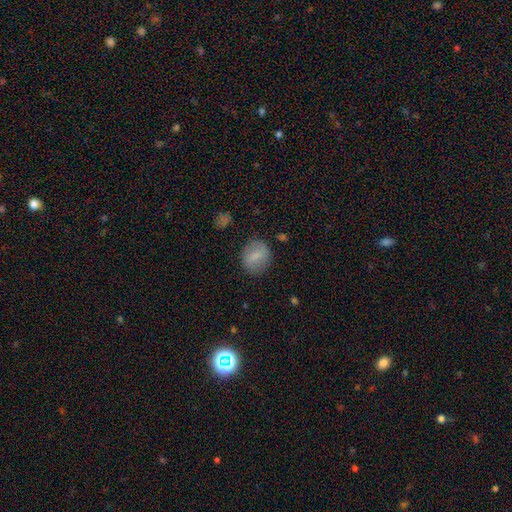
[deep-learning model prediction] Smooth or featured? smooth (71%)
How rounded? round (58%)
Merging? none (82%)